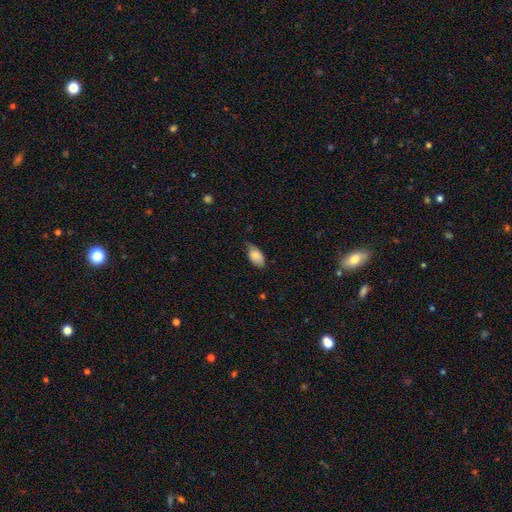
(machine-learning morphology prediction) type=smooth (83%); roundness=in between (94%); merging=none (61%).